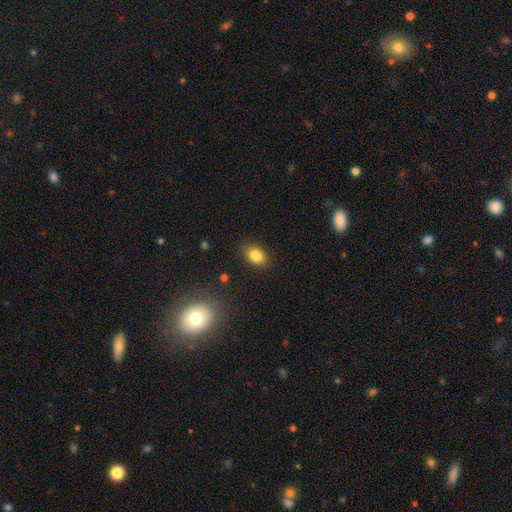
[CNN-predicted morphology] Smooth or featured?
  - smooth: 82% *
  - star or artifact: 10%
  - featured or disk: 8%
How rounded?
  - in between: 76% *
  - round: 22%
  - cigar-shaped: 1%
Merging?
  - none: 85% *
  - minor disturbance: 11%
  - major disturbance: 3%
  - merger: 1%